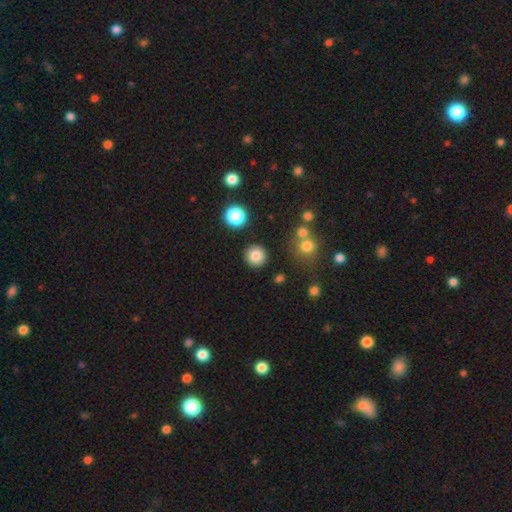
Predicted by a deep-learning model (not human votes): Overall: smooth (83%). How rounded: round (94%). Merging: none (89%).